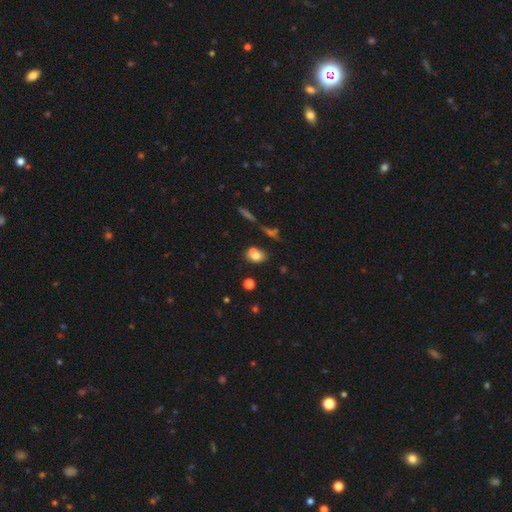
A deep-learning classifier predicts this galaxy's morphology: type=smooth (73%); roundness=in between (67%); merging=none (46%).